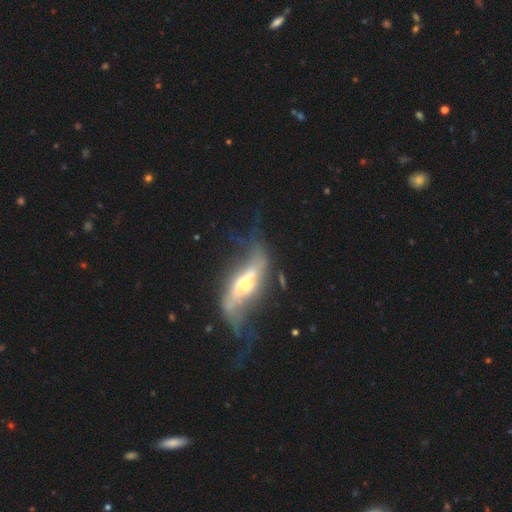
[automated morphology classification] Smooth or featured?
  - featured or disk: 80% *
  - smooth: 13%
  - star or artifact: 7%
Edge-on disk?
  - no: 70% *
  - yes: 30%
Bar?
  - strong: 37% *
  - weak: 32%
  - no: 31%
Spiral arms?
  - yes: 79% *
  - no: 21%
Bulge size?
  - moderate: 56% *
  - large: 23%
  - small: 14%
  - dominant: 4%
  - none: 3%
Merging?
  - none: 45% *
  - major disturbance: 26%
  - minor disturbance: 24%
  - merger: 5%